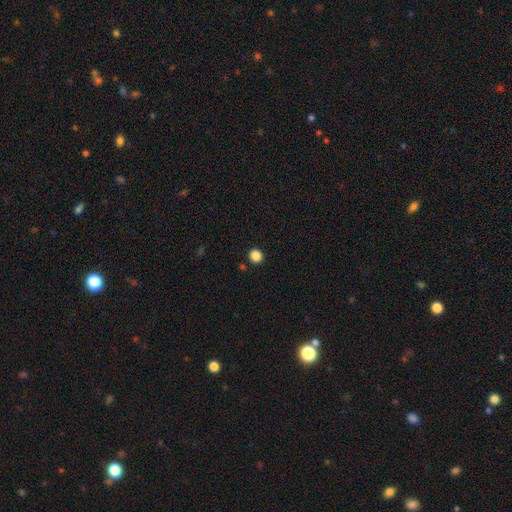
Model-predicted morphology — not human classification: Smooth or featured? smooth (86%)
How rounded? round (88%)
Merging? none (91%)